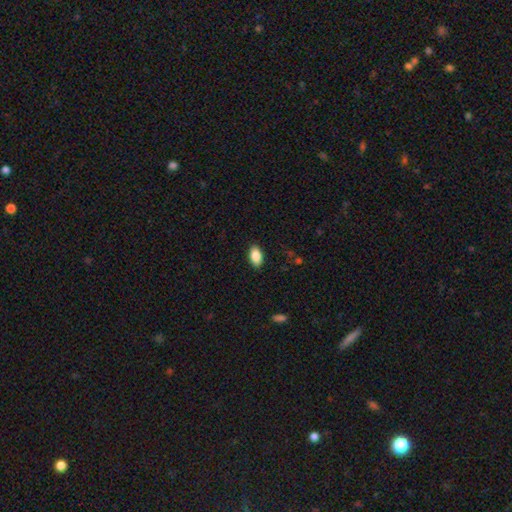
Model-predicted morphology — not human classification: Smooth or featured: smooth — 88% (star or artifact — 7%)
How rounded: in between — 93% (round — 4%)
Merging: none — 88% (minor disturbance — 9%)